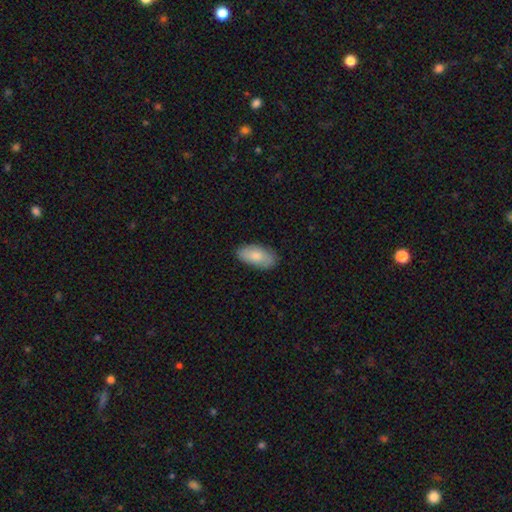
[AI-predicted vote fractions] smooth 76%, featured or disk 18%, star or artifact 6%. Down the decision tree: how rounded — in between (93%); merging — none (81%).